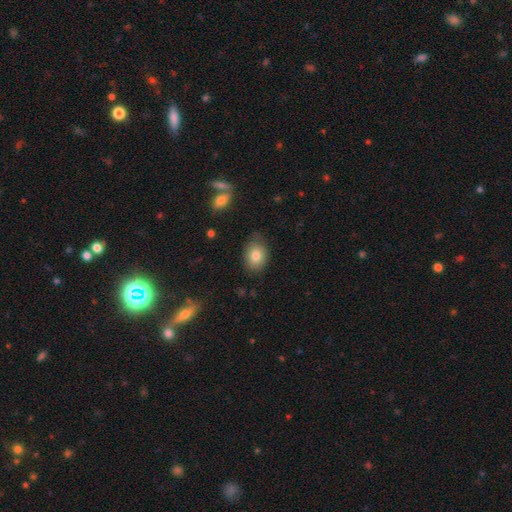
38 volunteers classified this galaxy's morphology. smooth 84%, featured or disk 8%, star or artifact 8%. Down the decision tree: how rounded — in between (81%); merging — none (74%).